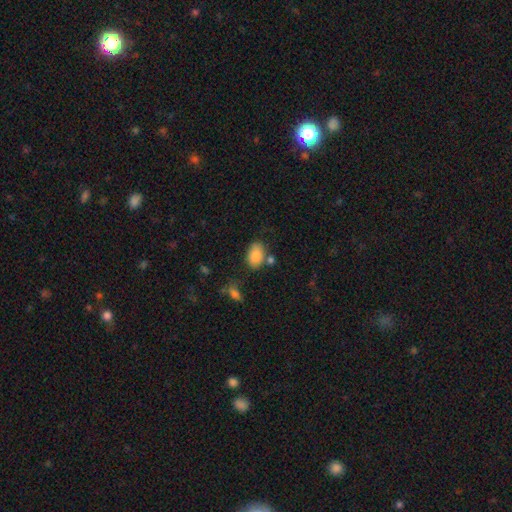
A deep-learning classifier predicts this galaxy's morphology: smooth 84%, featured or disk 8%, star or artifact 8%. Down the decision tree: how rounded — in between (86%); merging — none (67%).